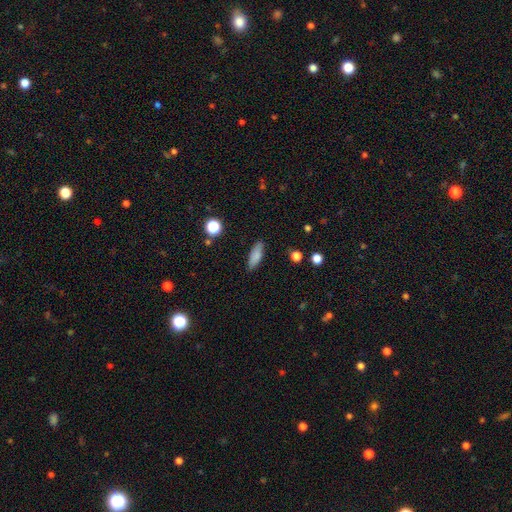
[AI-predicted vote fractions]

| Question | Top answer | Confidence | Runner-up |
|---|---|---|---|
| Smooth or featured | smooth | 82% | featured or disk (10%) |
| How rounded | in between | 57% | cigar-shaped (41%) |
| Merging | none | 85% | minor disturbance (11%) |